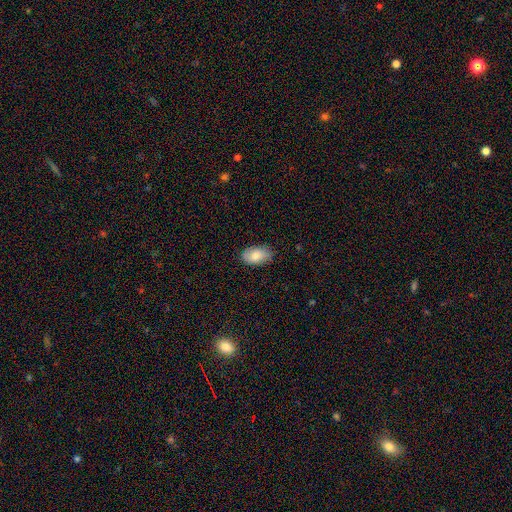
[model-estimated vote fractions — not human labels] smooth_or_featured: smooth (p=0.82) [alt: featured or disk p=0.12]
how_rounded: in between (p=0.93) [alt: round p=0.05]
merging: none (p=0.81) [alt: minor disturbance p=0.15]